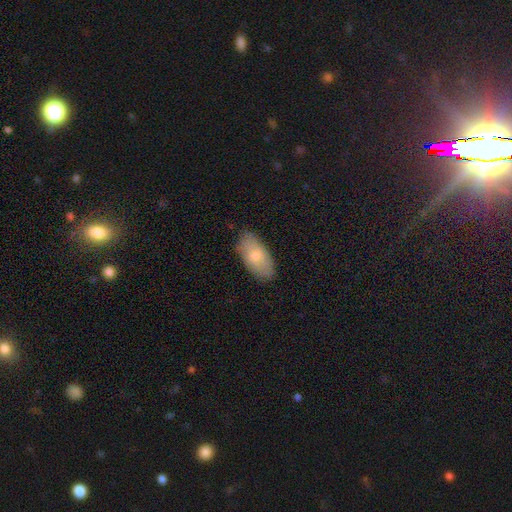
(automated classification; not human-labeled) A smooth galaxy with no disk features (75%) that is in between round and cigar-shaped (93%).

Vote fractions:
- Smooth or featured? smooth: 75% / featured or disk: 20% / star or artifact: 6%
- How rounded? in between: 93% / cigar-shaped: 4% / round: 3%
- Merging? none: 81% / minor disturbance: 15% / major disturbance: 3% / merger: 1%